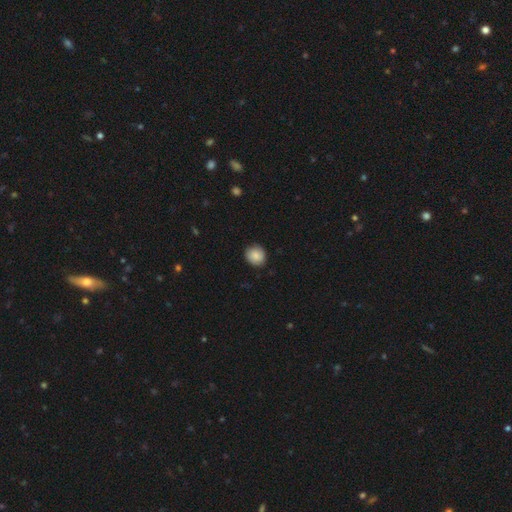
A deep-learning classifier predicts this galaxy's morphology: This is clearly a smooth galaxy (86%). How rounded: clearly round (83%). Merging: clearly none (85%).